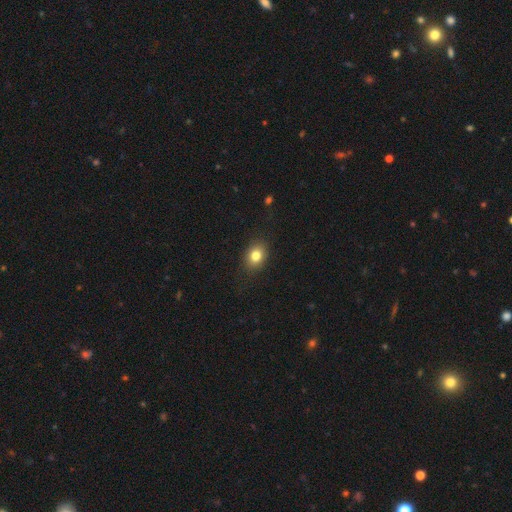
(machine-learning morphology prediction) The model was most divided on "how rounded": in between: 60%, round: 39%, cigar-shaped: 1%. More confident: merging — none (86%); smooth or featured — smooth (81%).